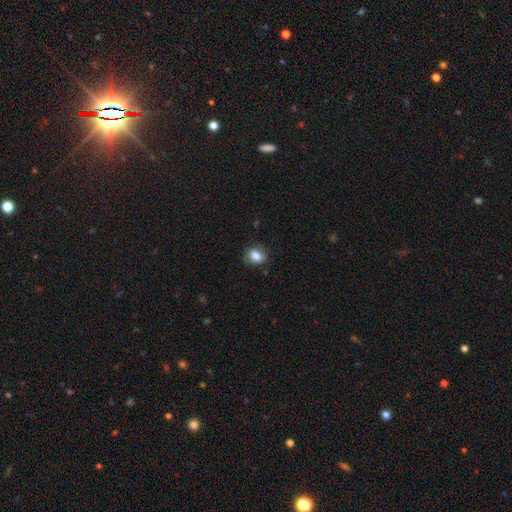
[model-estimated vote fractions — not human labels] This is clearly a smooth galaxy (83%). How rounded: possibly in between (57%). Merging: likely none (76%).